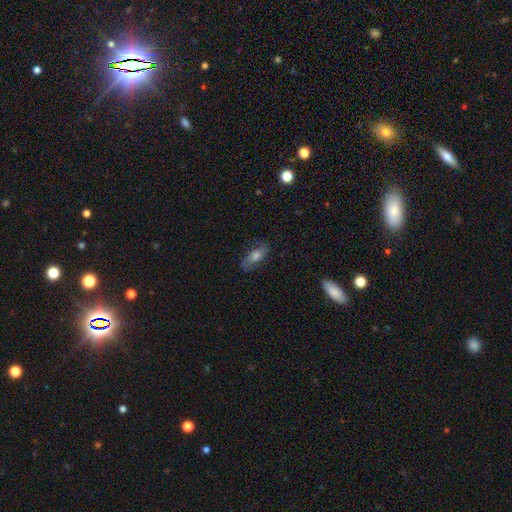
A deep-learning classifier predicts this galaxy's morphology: Smooth or featured?
  - smooth: 45% * (tied)
  - featured or disk: 45% * (tied)
  - star or artifact: 10%
Merging?
  - none: 80% *
  - minor disturbance: 15%
  - major disturbance: 4%
  - merger: 1%